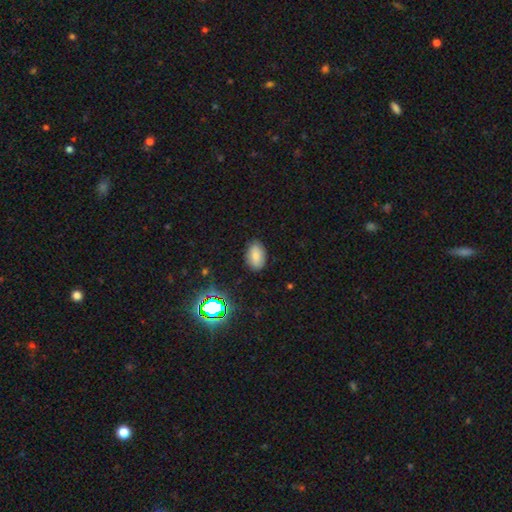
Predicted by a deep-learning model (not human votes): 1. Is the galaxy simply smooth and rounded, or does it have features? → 77% smooth, 13% star or artifact, 10% featured or disk.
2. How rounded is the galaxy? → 88% in between, 10% round, 1% cigar-shaped.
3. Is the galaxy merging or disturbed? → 84% none, 12% minor disturbance, 3% major disturbance, 1% merger.